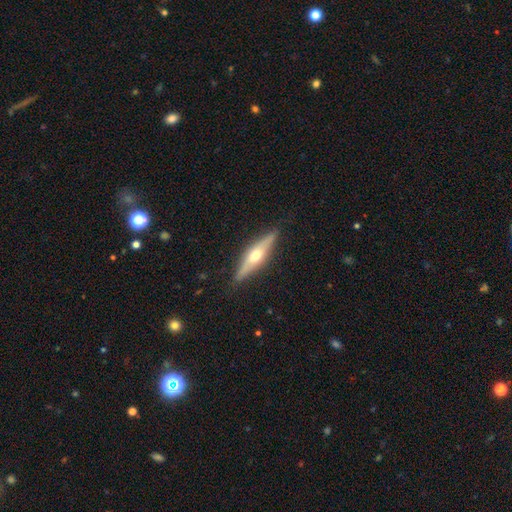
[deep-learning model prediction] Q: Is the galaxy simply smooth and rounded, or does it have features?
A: featured or disk — 66%.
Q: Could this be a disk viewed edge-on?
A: yes — 94%.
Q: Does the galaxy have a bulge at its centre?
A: rounded — 93%.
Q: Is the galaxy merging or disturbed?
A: none — 88%.